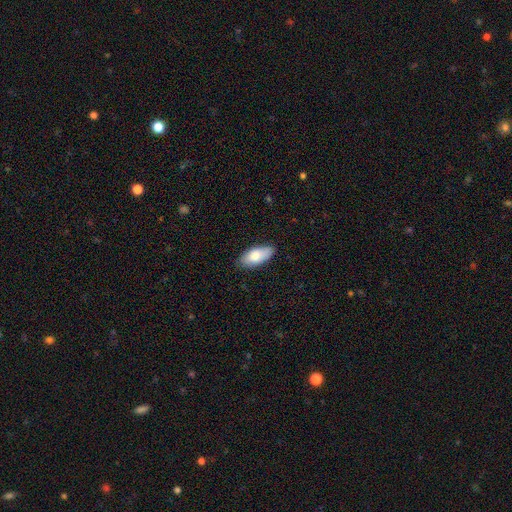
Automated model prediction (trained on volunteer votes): Smooth or featured: smooth — 79% (featured or disk — 15%)
How rounded: in between — 89% (cigar-shaped — 9%)
Merging: none — 83% (minor disturbance — 14%)